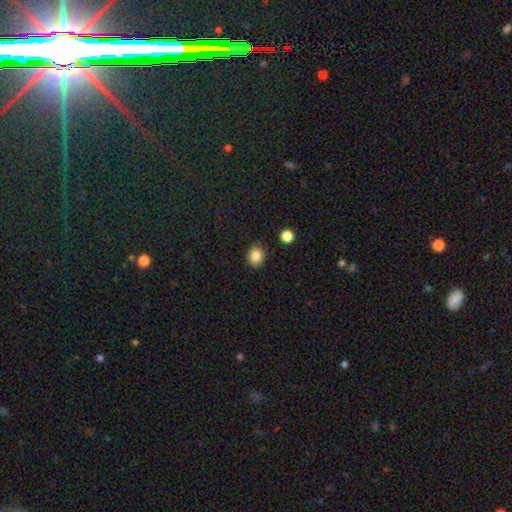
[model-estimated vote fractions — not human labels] The model was most divided on "how rounded": round: 59%, in between: 40%, cigar-shaped: 1%. More confident: merging — none (87%); smooth or featured — smooth (84%).